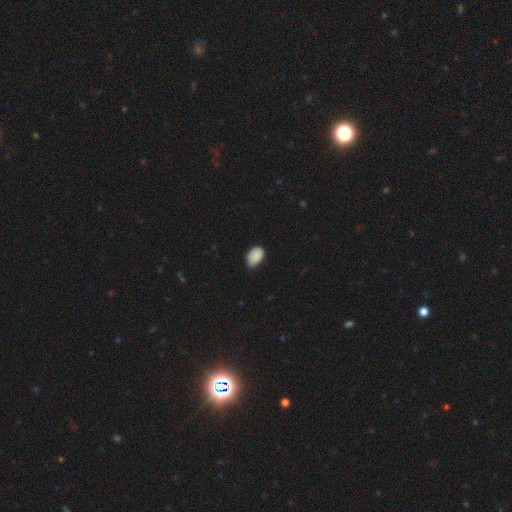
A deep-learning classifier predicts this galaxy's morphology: Q: Smooth or featured?
A: smooth (88%); runner-up: star or artifact (7%)
Q: How rounded?
A: in between (89%); runner-up: round (10%)
Q: Merging?
A: none (71%); runner-up: minor disturbance (25%)